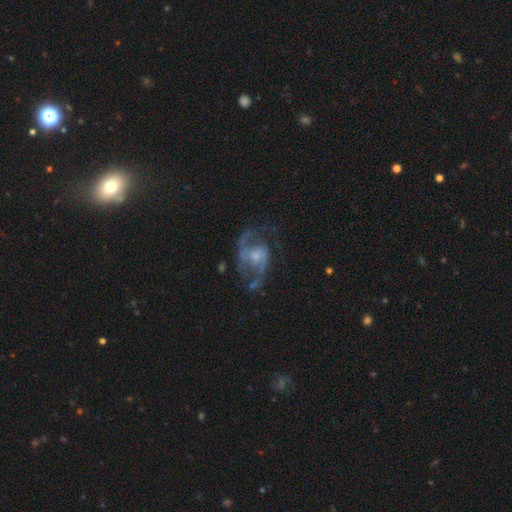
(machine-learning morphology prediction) This appears to be a featured or disk galaxy (86%) with no bar (62%), 2 (85%) medium (53%) spiral arms (94%) and a small central bulge (44%). Merging: none (60%).